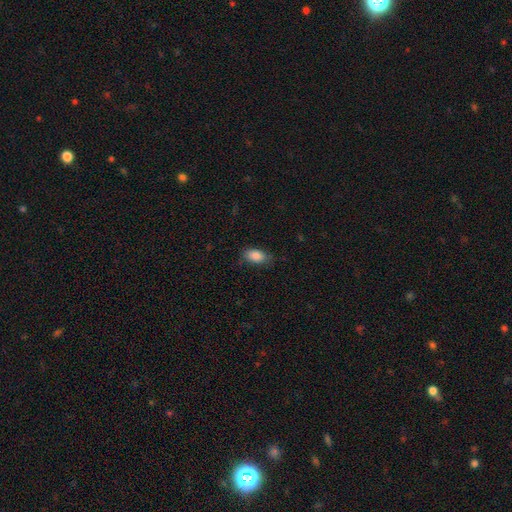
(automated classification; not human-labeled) A smooth galaxy with no disk features (86%) that is in between round and cigar-shaped (91%). Merging: none (78%).